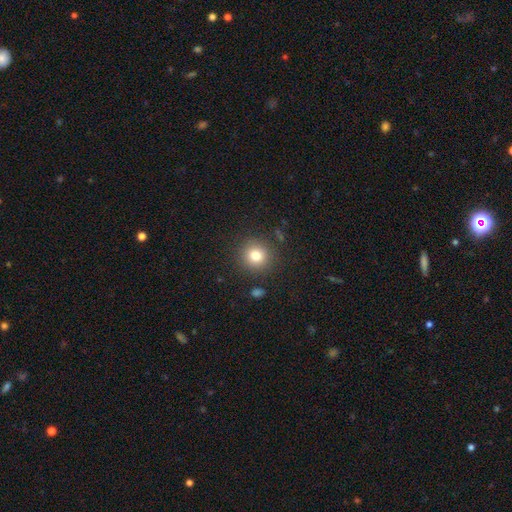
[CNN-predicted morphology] This is likely a smooth galaxy (79%). How rounded: clearly round (94%). Merging: clearly none (88%).